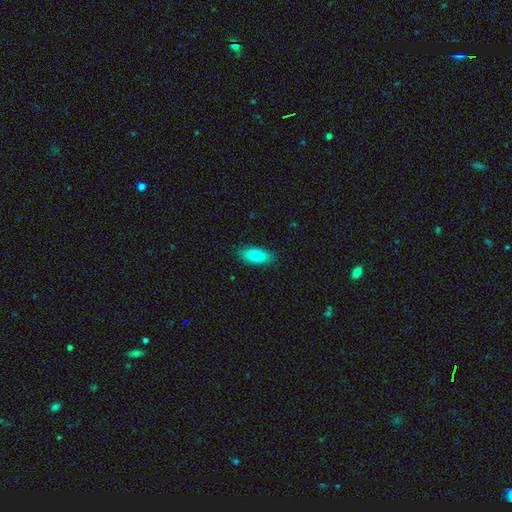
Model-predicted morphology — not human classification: Smooth or featured?
  - smooth: 78% *
  - featured or disk: 15%
  - star or artifact: 7%
How rounded?
  - in between: 82% *
  - cigar-shaped: 15%
  - round: 3%
Merging?
  - none: 87% *
  - minor disturbance: 10%
  - major disturbance: 2%
  - merger: 1%